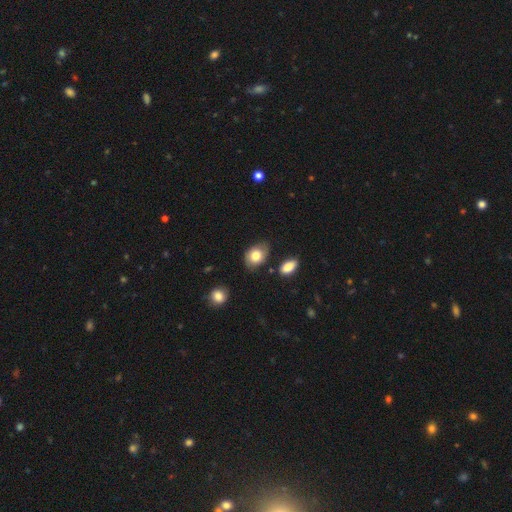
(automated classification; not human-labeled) A smooth galaxy with no disk features (77%) that is in between round and cigar-shaped (73%). Merging: none (71%).